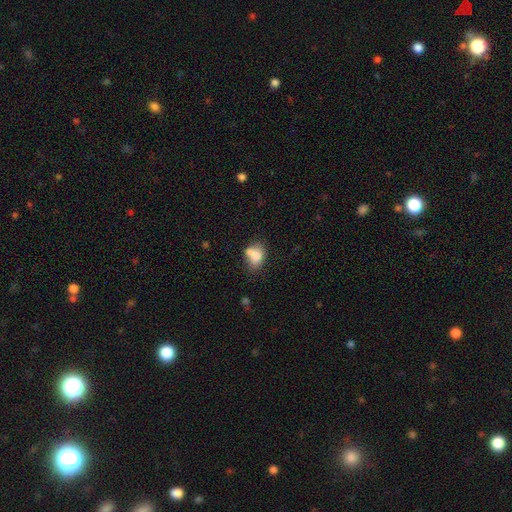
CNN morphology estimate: Smooth or featured?
  - smooth: 75% *
  - featured or disk: 16%
  - star or artifact: 9%
How rounded?
  - in between: 67% *
  - round: 32%
  - cigar-shaped: 1%
Merging?
  - none: 41% *
  - merger: 39%
  - minor disturbance: 15%
  - major disturbance: 5%